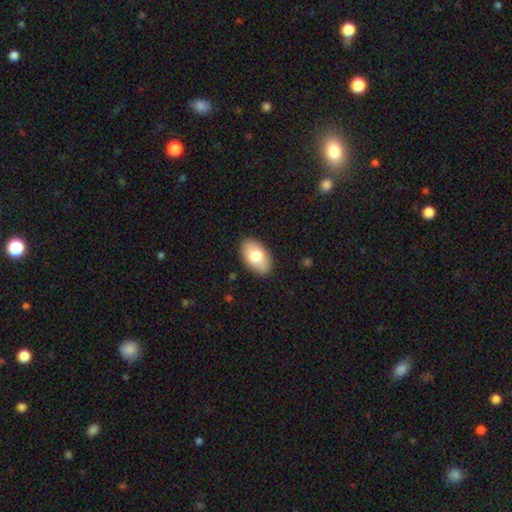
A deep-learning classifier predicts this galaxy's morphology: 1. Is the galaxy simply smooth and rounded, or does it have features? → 75% smooth, 18% featured or disk, 6% star or artifact.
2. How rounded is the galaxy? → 93% in between, 5% round, 1% cigar-shaped.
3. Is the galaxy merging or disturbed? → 88% none, 9% minor disturbance, 2% major disturbance, 1% merger.